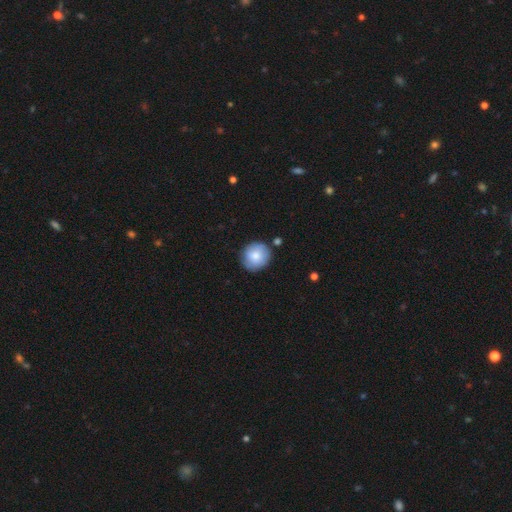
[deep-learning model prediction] A smooth galaxy with no disk features (75%) that is round (89%).

Vote fractions:
- Smooth or featured? smooth: 75% / featured or disk: 18% / star or artifact: 7%
- How rounded? round: 89% / in between: 10% / cigar-shaped: 1%
- Merging? none: 78% / minor disturbance: 15% / merger: 4% / major disturbance: 3%